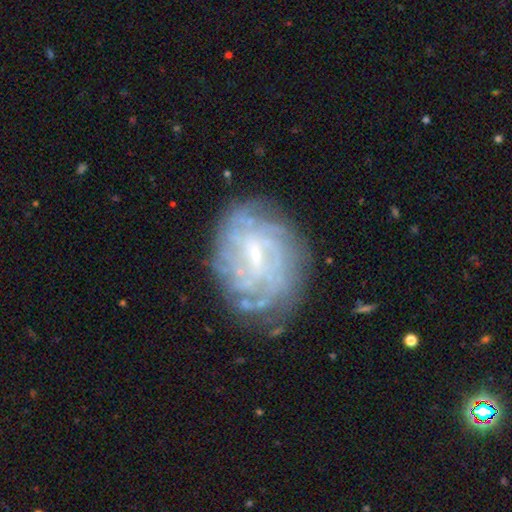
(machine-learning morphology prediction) Smooth or featured? featured or disk (79%)
Edge-on disk? no (97%)
Bar? weak (58%)
Spiral arms? yes (83%)
Spiral winding? tight (65%)
Spiral arm count? can't tell (52%)
Bulge size? small (67%)
Merging? none (71%)